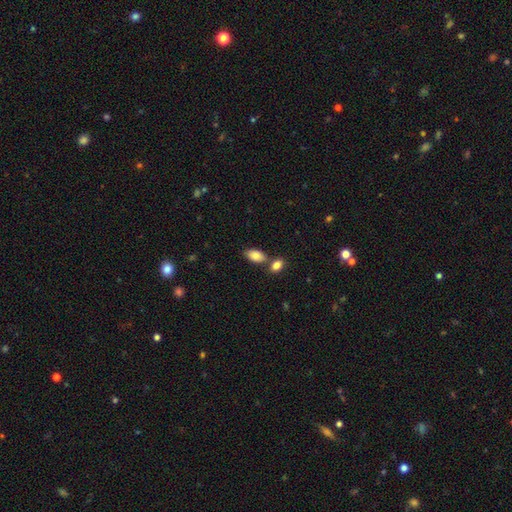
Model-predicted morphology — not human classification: Smooth or featured: smooth — 86% (star or artifact — 7%)
How rounded: in between — 93% (round — 4%)
Merging: none — 62% (merger — 24%)